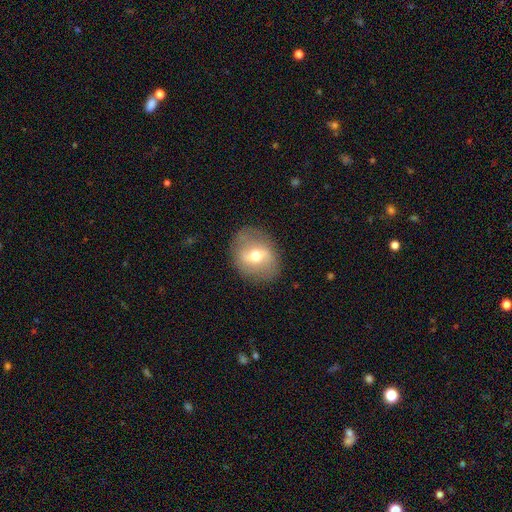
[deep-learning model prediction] smooth-or-featured: featured or disk: 52% | smooth: 40% | star or artifact: 8%
  disk-edge-on: no: 90% | yes: 10%
  merging: none: 83% | minor disturbance: 11% | major disturbance: 5% | merger: 1%